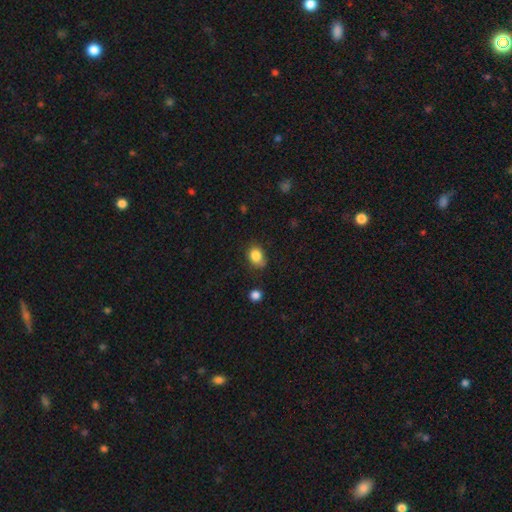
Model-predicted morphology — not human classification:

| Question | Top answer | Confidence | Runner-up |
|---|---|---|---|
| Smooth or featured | smooth | 85% | star or artifact (9%) |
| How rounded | in between | 59% | round (40%) |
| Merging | none | 65% | minor disturbance (27%) |